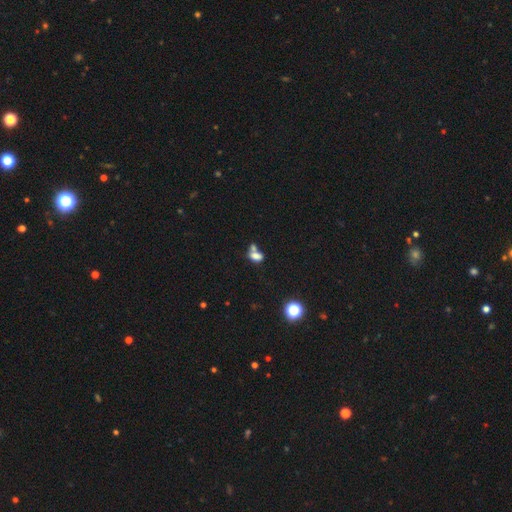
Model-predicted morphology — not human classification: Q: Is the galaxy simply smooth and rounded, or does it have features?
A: smooth — 74%.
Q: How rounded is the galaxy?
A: in between — 79%.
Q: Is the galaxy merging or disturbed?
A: merger — 54%.